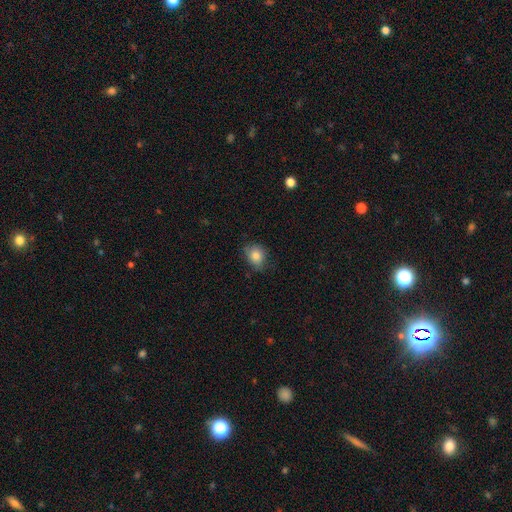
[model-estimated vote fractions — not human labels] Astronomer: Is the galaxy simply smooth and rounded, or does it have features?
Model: smooth — 84%.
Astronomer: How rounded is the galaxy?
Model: round — 54% (runner-up: in between, 45%).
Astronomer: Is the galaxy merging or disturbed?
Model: none — 68%.